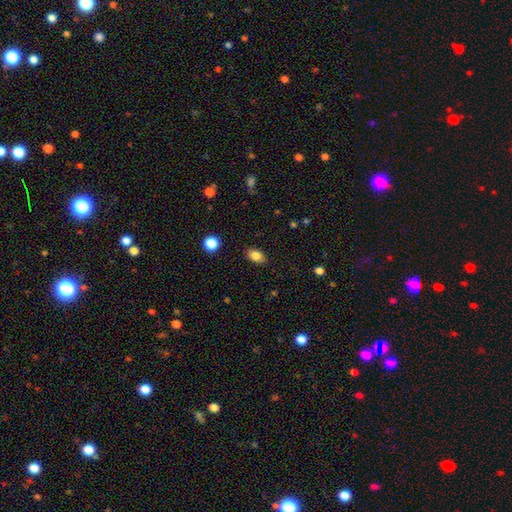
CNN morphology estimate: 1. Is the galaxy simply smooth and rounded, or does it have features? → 83% smooth, 9% star or artifact, 8% featured or disk.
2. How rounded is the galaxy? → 83% in between, 14% round, 3% cigar-shaped.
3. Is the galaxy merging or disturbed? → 85% none, 11% minor disturbance, 3% major disturbance, 1% merger.